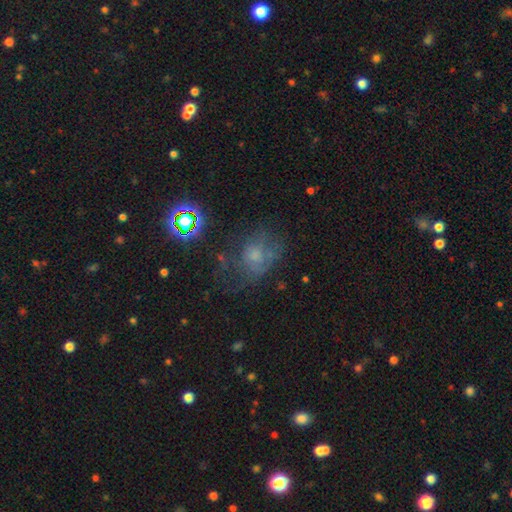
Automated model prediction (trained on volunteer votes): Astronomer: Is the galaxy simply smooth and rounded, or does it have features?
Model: smooth — 43% (runner-up: featured or disk, 32%).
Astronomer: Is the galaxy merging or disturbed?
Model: none — 43% (runner-up: major disturbance, 29%).